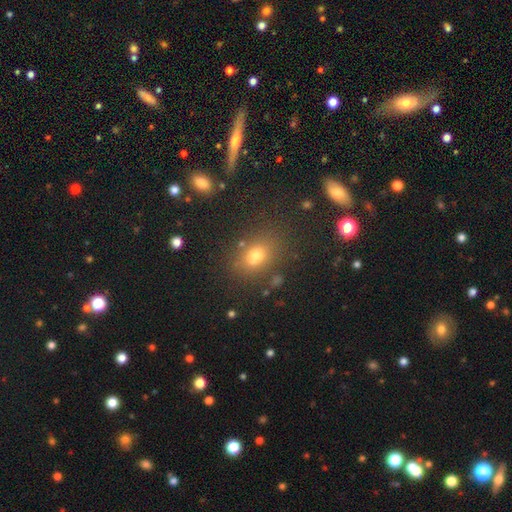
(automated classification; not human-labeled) Q: Smooth or featured?
A: smooth (72%); runner-up: star or artifact (17%)
Q: How rounded?
A: in between (69%); runner-up: round (28%)
Q: Merging?
A: none (77%); runner-up: minor disturbance (13%)